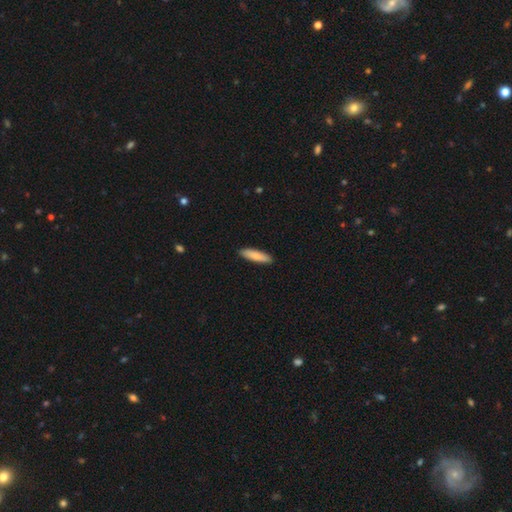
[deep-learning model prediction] This is clearly a smooth galaxy (85%). How rounded: likely cigar-shaped (70%). Merging: clearly none (90%).